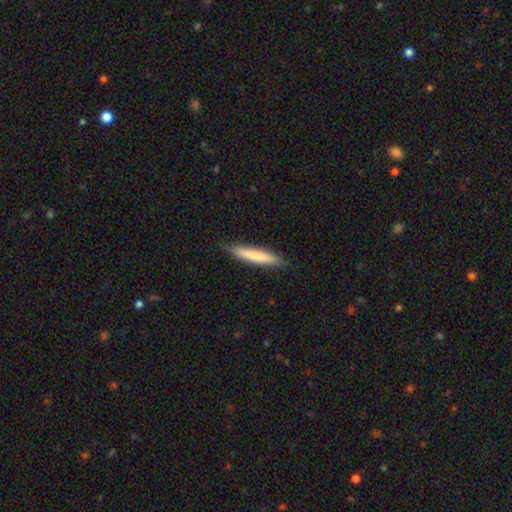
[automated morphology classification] smooth-or-featured: smooth: 75% | featured or disk: 20% | star or artifact: 5%
  how-rounded: cigar-shaped: 91% | in between: 7% | round: 1%
  merging: none: 87% | minor disturbance: 11% | major disturbance: 2% | merger: 1%